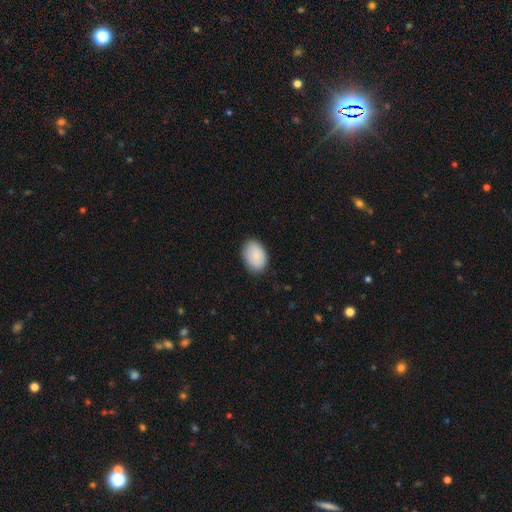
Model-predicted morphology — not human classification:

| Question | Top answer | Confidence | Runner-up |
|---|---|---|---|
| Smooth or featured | smooth | 87% | featured or disk (7%) |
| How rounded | in between | 83% | round (15%) |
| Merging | none | 85% | minor disturbance (12%) |